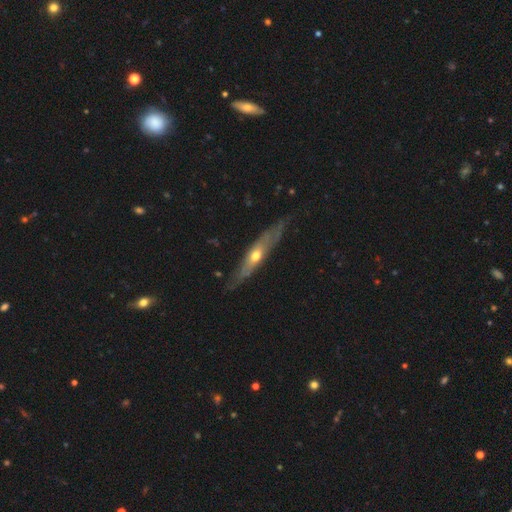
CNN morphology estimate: type=featured or disk (66%); edge-on=yes (72%); merging=none (73%).